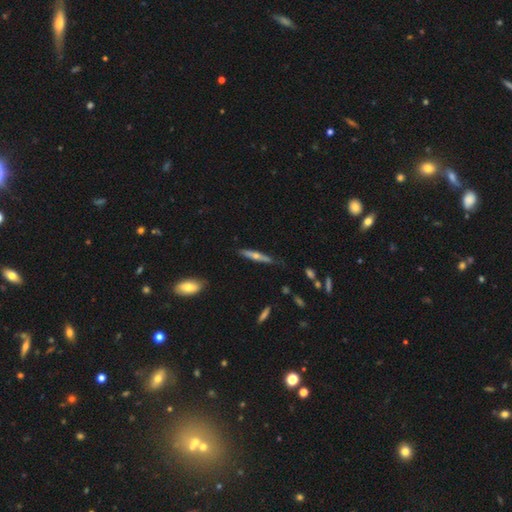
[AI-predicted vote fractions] featured or disk 57%, smooth 34%, star or artifact 9%. Down the decision tree: edge-on disk — yes (93%); edge-on bulge — rounded (86%); merging — none (82%).